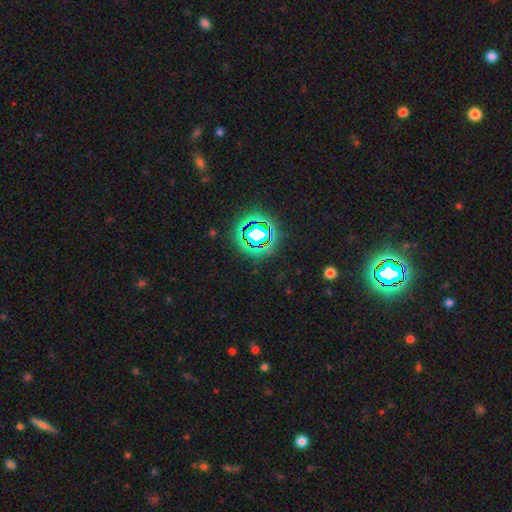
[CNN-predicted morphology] This appears to be a star or artifact, not a galaxy (81%).